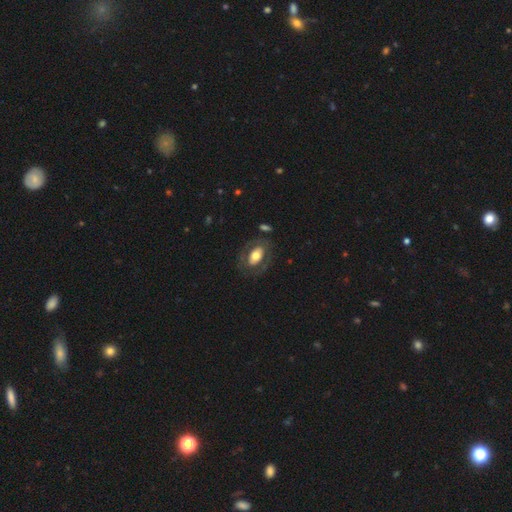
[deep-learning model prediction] Smooth or featured? Predicted: smooth (p=0.51). How rounded? Predicted: in between (p=0.86). Merging? Predicted: none (p=0.73).